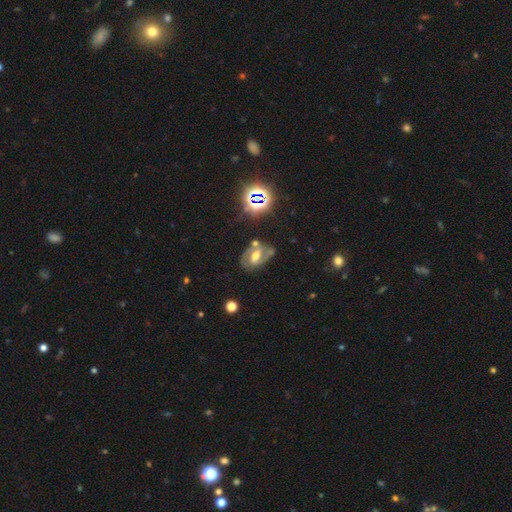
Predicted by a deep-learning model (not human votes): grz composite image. It shows a featured or disk galaxy (68%) with a weak bar (41%), spiral arms (68%) and a moderate central bulge (65%). Merging: none (57%).